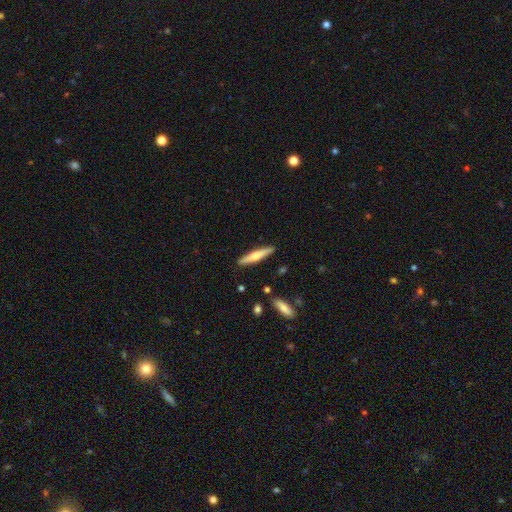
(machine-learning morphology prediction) This is possibly a smooth galaxy (53%). How rounded: clearly cigar-shaped (90%). Merging: clearly none (89%).